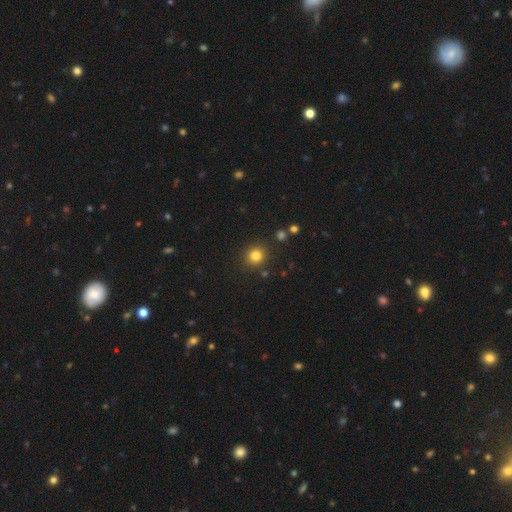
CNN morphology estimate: smooth-or-featured: smooth: 82% | star or artifact: 13% | featured or disk: 6%
  how-rounded: round: 89% | in between: 10% | cigar-shaped: 1%
  merging: none: 88% | minor disturbance: 7% | merger: 3% | major disturbance: 2%